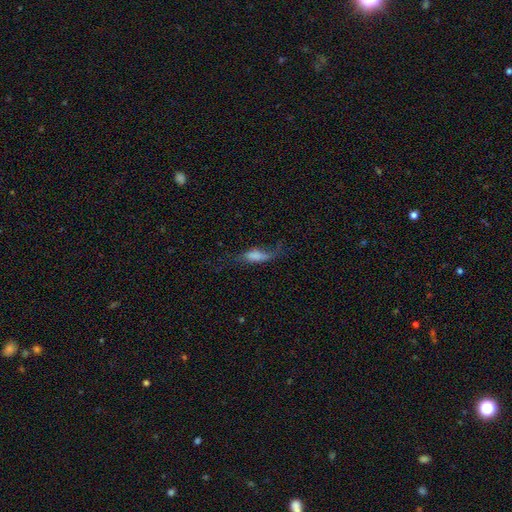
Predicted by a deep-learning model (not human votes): smooth 62%, featured or disk 28%, star or artifact 10%. Down the decision tree: how rounded — in between (67%); merging — major disturbance (36%).